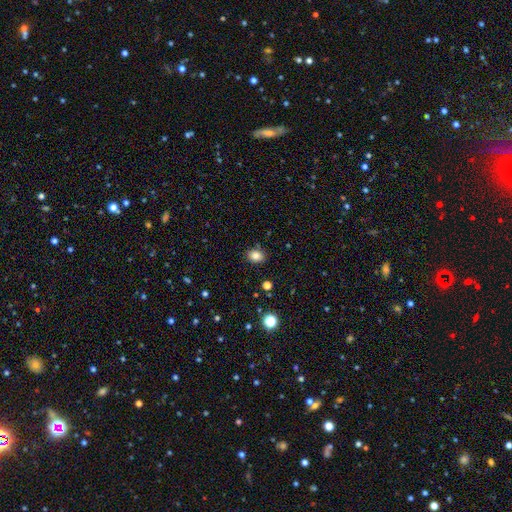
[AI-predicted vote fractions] A smooth galaxy with no disk features (83%) that is in between round and cigar-shaped (54%).

Vote fractions:
- Smooth or featured? smooth: 83% / star or artifact: 11% / featured or disk: 6%
- How rounded? in between: 54% / round: 45% / cigar-shaped: 1%
- Merging? none: 86% / minor disturbance: 10% / major disturbance: 2% / merger: 2%